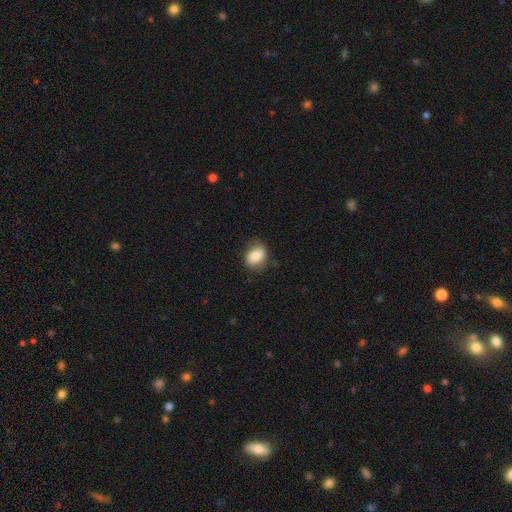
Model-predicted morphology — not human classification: The model was most divided on "how rounded": in between: 64%, round: 35%, cigar-shaped: 1%. More confident: smooth or featured — smooth (81%); merging — none (74%).